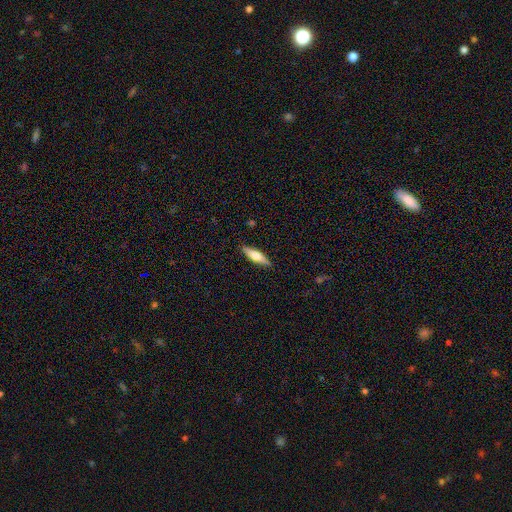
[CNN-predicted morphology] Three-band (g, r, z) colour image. It shows a smooth galaxy with no disk features (55%) that is cigar-shaped (60%). Merging: none (88%).